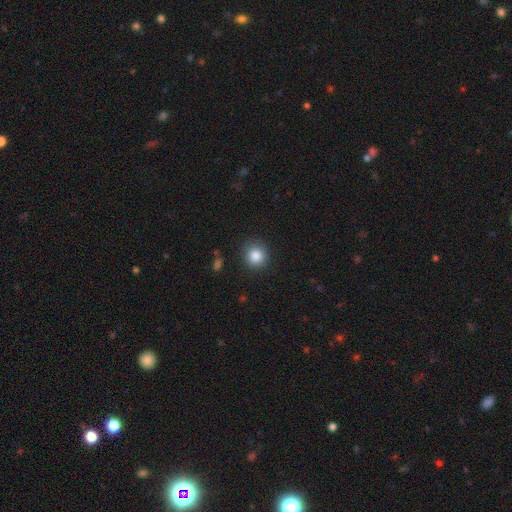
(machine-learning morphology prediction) Overall: smooth (85%). How rounded: round (90%). Merging: none (88%).